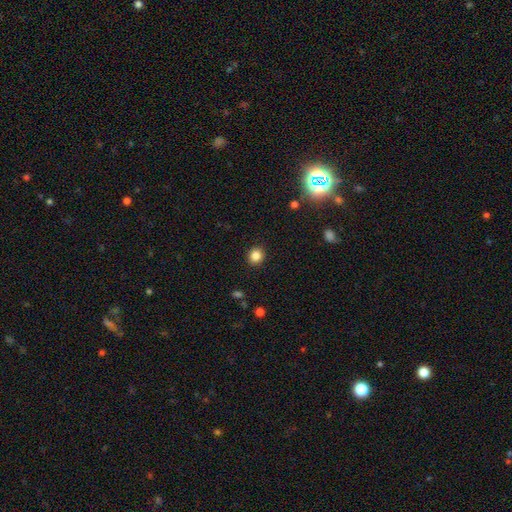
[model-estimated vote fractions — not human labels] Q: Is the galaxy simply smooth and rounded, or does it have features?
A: smooth — 84%.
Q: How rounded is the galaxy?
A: round — 83%.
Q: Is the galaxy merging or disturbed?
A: none — 91%.